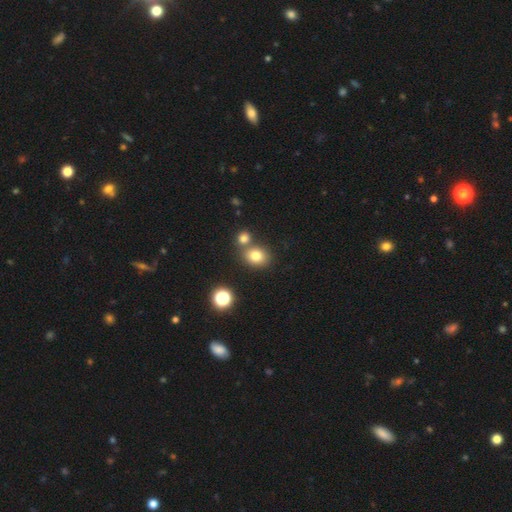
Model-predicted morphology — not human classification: Overall: smooth (79%). How rounded: round (57%; in between 42%). Merging: none (60%; merger 28%).